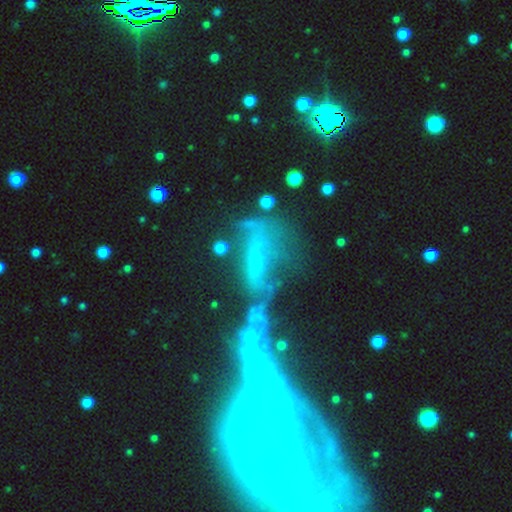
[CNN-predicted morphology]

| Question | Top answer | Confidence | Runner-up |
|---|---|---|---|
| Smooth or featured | featured or disk | 50% | star or artifact (28%) |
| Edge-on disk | no | 78% | yes (22%) |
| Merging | merger | 53% | major disturbance (23%) |